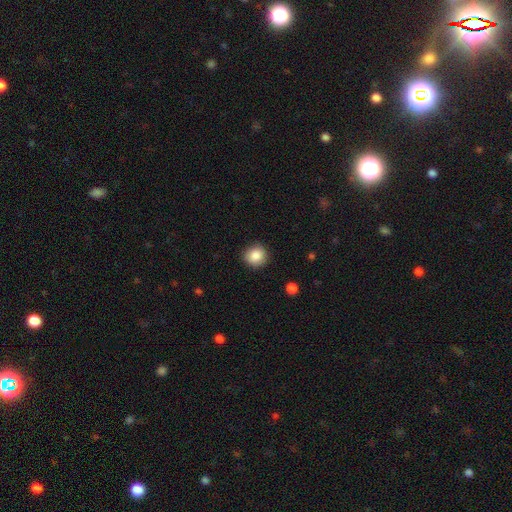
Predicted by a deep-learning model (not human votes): Overall: smooth (87%). How rounded: round (88%). Merging: none (89%).